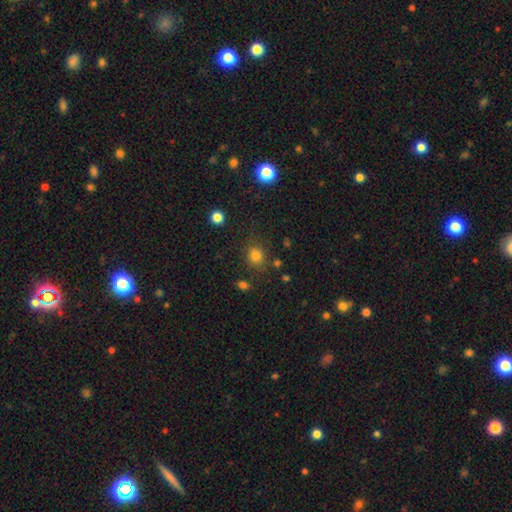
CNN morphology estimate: smooth-or-featured: smooth: 78% | star or artifact: 15% | featured or disk: 7%
  how-rounded: round: 74% | in between: 25% | cigar-shaped: 1%
  merging: none: 79% | minor disturbance: 12% | major disturbance: 4% | merger: 4%